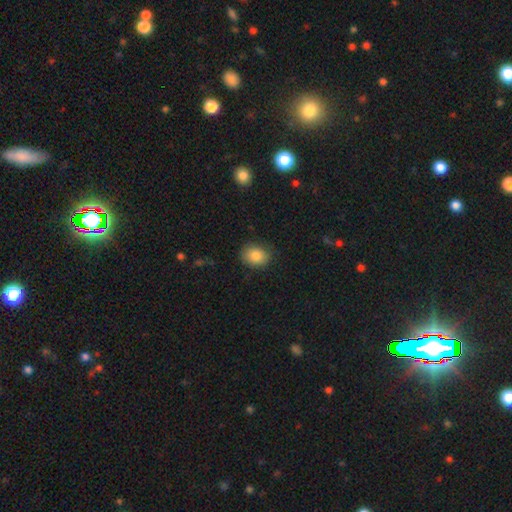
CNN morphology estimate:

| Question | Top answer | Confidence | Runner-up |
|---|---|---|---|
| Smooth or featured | smooth | 84% | star or artifact (9%) |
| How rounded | in between | 51% | round (49%) |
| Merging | none | 83% | minor disturbance (13%) |